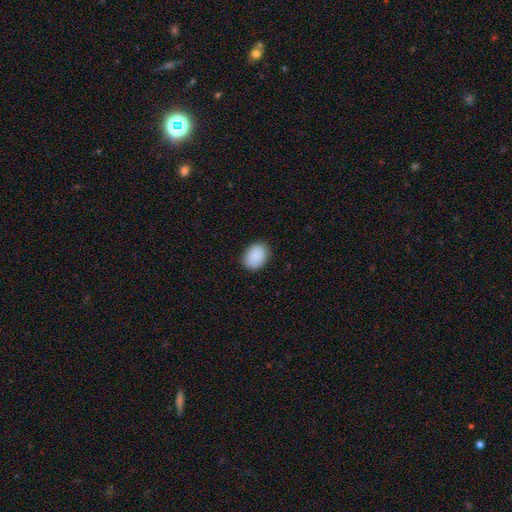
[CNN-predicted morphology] Smooth or featured?
  - smooth: 91% *
  - star or artifact: 7%
  - featured or disk: 3%
How rounded?
  - in between: 77% *
  - round: 22%
  - cigar-shaped: 1%
Merging?
  - none: 87% *
  - minor disturbance: 10%
  - major disturbance: 2%
  - merger: 1%